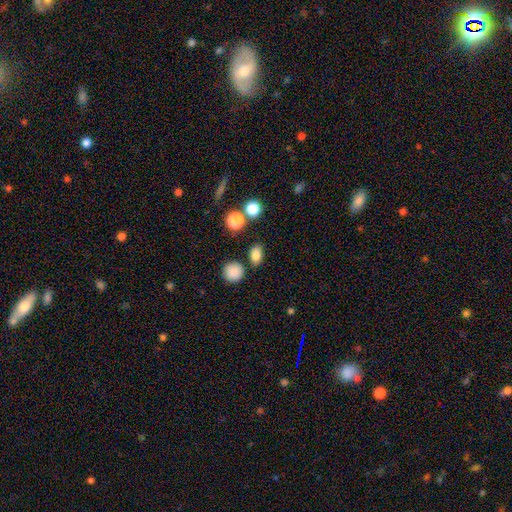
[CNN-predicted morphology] smooth 83%, star or artifact 12%, featured or disk 5%. Down the decision tree: how rounded — in between (72%); merging — none (79%).